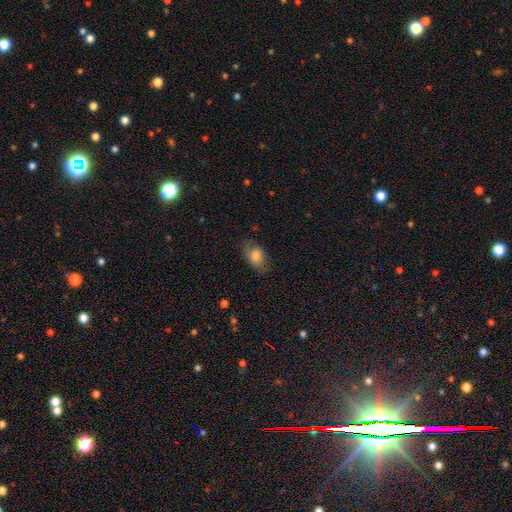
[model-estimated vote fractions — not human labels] Q: Smooth or featured?
A: smooth (76%); runner-up: featured or disk (16%)
Q: How rounded?
A: in between (81%); runner-up: round (17%)
Q: Merging?
A: none (71%); runner-up: minor disturbance (21%)